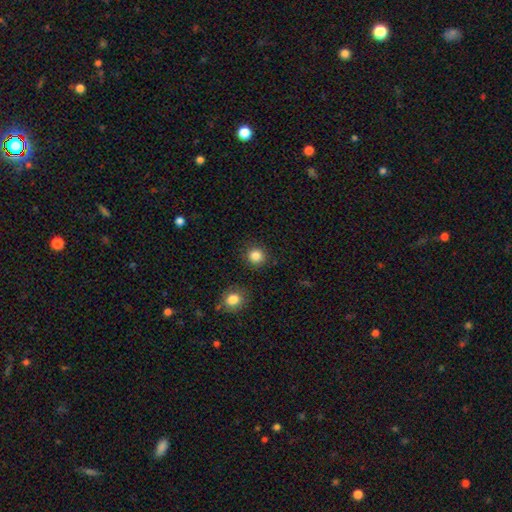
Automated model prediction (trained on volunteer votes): A smooth galaxy with no disk features (85%) that is round (91%).

Vote fractions:
- Smooth or featured? smooth: 85% / star or artifact: 11% / featured or disk: 4%
- How rounded? round: 91% / in between: 8% / cigar-shaped: 1%
- Merging? none: 89% / minor disturbance: 7% / merger: 2% / major disturbance: 2%